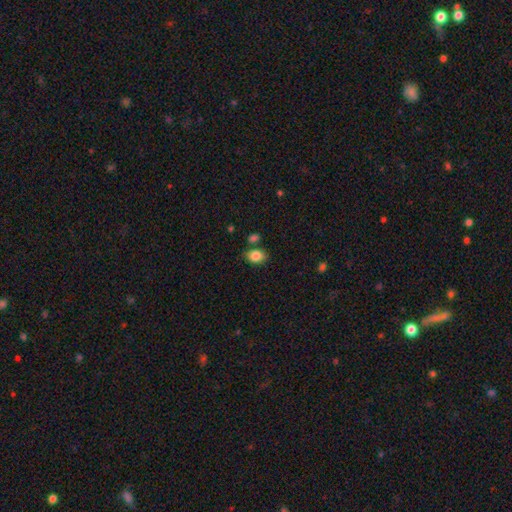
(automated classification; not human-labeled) Smooth or featured? smooth (86%)
How rounded? in between (74%)
Merging? none (73%)